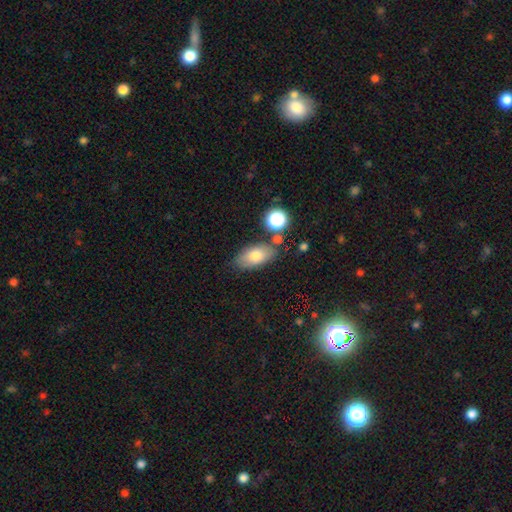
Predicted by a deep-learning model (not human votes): Overall: smooth (77%). How rounded: in between (90%). Merging: none (75%).